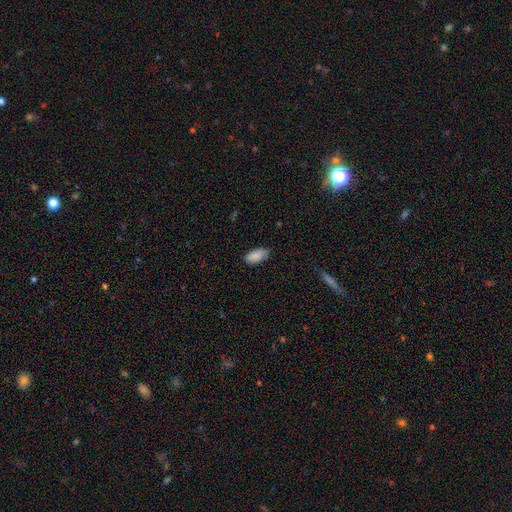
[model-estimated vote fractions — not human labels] smooth 88%, star or artifact 7%, featured or disk 5%. Down the decision tree: how rounded — in between (93%); merging — none (80%).